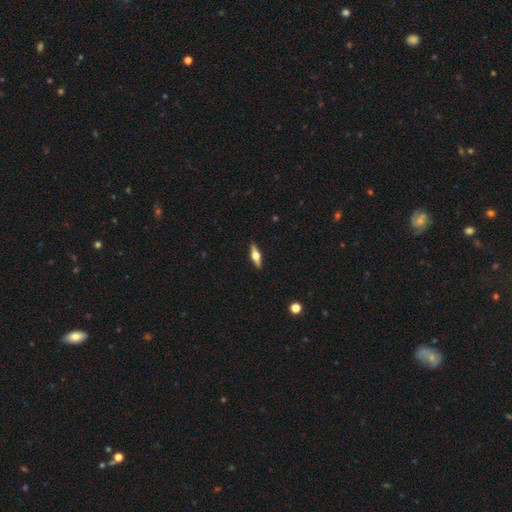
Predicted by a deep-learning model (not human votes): smooth-or-featured: featured or disk: 63% | smooth: 31% | star or artifact: 6%
  disk-edge-on: yes: 96% | no: 4%
    edge-on-bulge: rounded: 94% | boxy: 4% | none: 1%
  merging: none: 90% | minor disturbance: 7% | major disturbance: 2% | merger: 1%